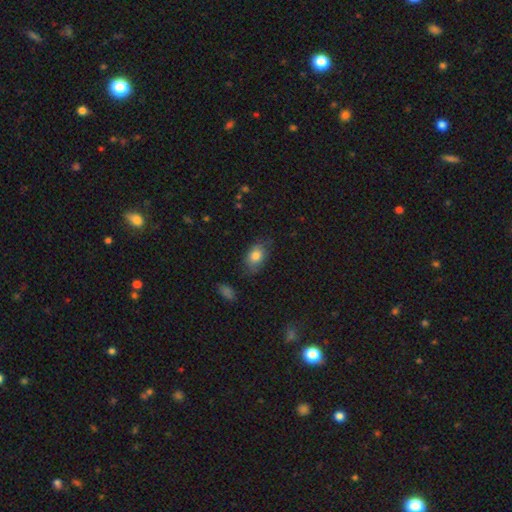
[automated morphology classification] Smooth or featured: smooth — 81% (featured or disk — 11%)
How rounded: in between — 82% (round — 16%)
Merging: none — 72% (minor disturbance — 21%)